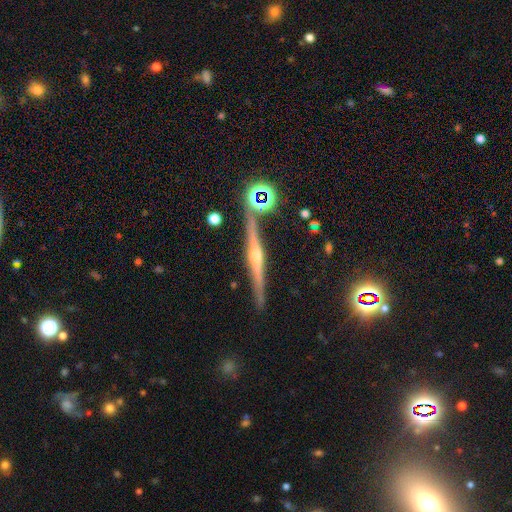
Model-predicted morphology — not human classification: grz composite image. It shows a featured or disk galaxy (77%) viewed edge-on (98%) with a rounded central bulge (89%). Merging: none (86%).